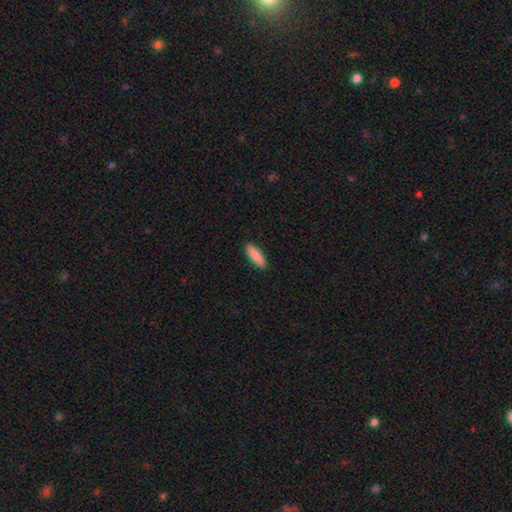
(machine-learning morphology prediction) The model was most divided on "how rounded": cigar-shaped: 56%, in between: 42%, round: 2%. More confident: merging — none (91%); smooth or featured — smooth (89%).